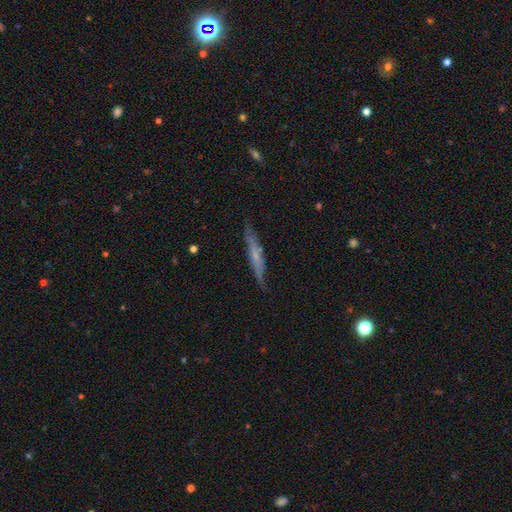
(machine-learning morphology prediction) Overall: featured or disk (54%; smooth 40%). Edge-on disk: yes (88%). Merging: none (77%).